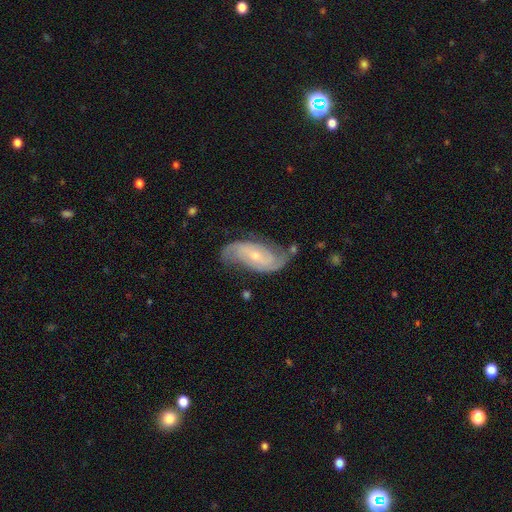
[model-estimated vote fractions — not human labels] smooth-or-featured: featured or disk: 83% | smooth: 11% | star or artifact: 6%
  disk-edge-on: no: 95% | yes: 5%
    bar: no: 56% | weak: 33% | strong: 11%
    has-spiral-arms: yes: 95% | no: 5%
      spiral-winding: medium: 42% | tight: 36% | loose: 22%
      spiral-arm-count: 2: 80% | can't tell: 9% | 3: 5% | 1: 2% | 4: 2% | more than 4: 2%
    bulge-size: small: 64% | moderate: 33% | none: 1% | large: 1% | dominant: 1%
  merging: none: 67% | minor disturbance: 21% | major disturbance: 9% | merger: 3%